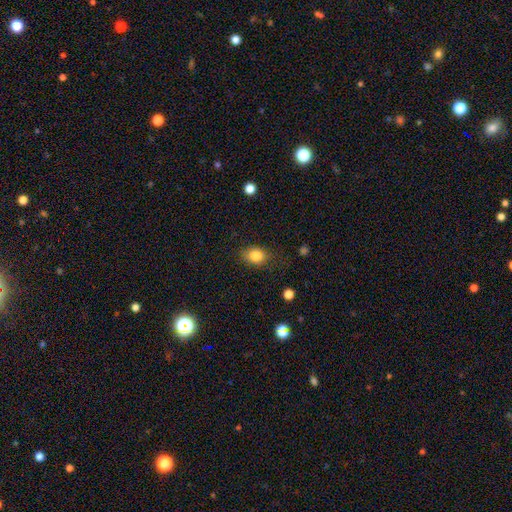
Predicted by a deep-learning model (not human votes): Smooth or featured? smooth (84%)
How rounded? in between (57%)
Merging? none (77%)